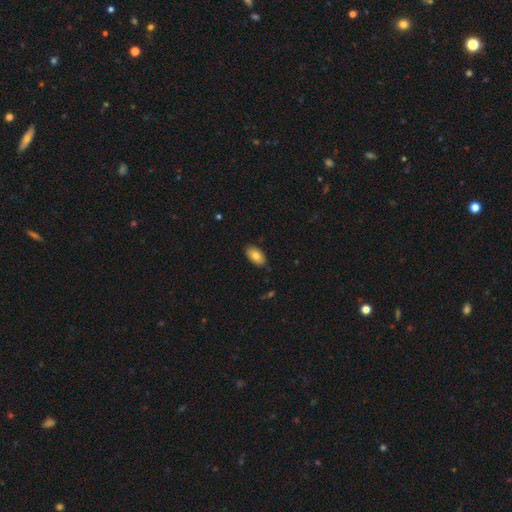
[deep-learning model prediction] A smooth galaxy with no disk features (79%) that is in between round and cigar-shaped (93%).

Vote fractions:
- Smooth or featured? smooth: 79% / featured or disk: 13% / star or artifact: 7%
- How rounded? in between: 93% / round: 5% / cigar-shaped: 2%
- Merging? none: 85% / minor disturbance: 12% / major disturbance: 2% / merger: 1%